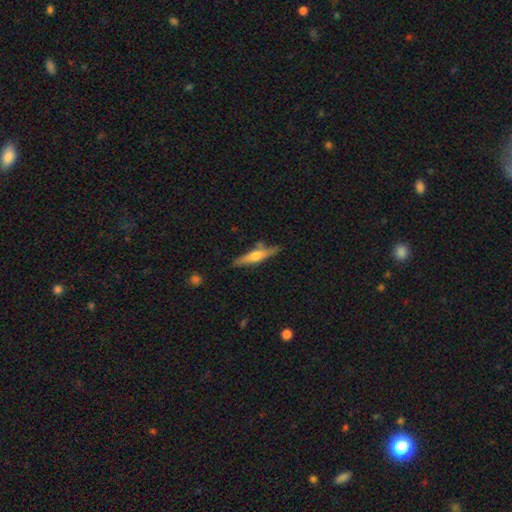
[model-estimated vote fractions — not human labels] A featured or disk galaxy (52%) viewed edge-on (92%).

Vote fractions:
- Smooth or featured? featured or disk: 52% / smooth: 42% / star or artifact: 6%
- Edge-on disk? yes: 92% / no: 8%
- Merging? none: 72% / minor disturbance: 18% / merger: 6% / major disturbance: 4%